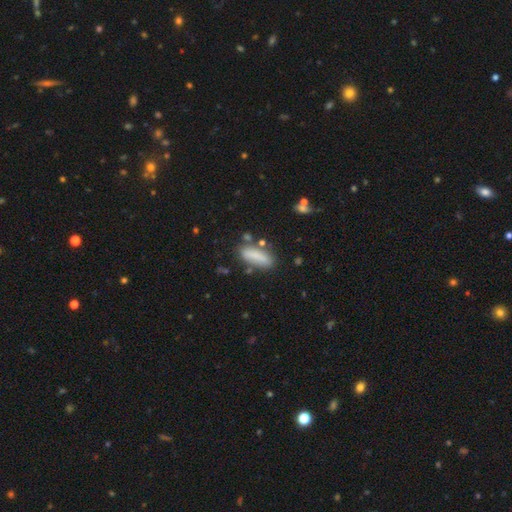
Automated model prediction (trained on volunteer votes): A smooth galaxy with no disk features (83%) that is in between round and cigar-shaped (59%).

Vote fractions:
- Smooth or featured? smooth: 83% / featured or disk: 10% / star or artifact: 8%
- How rounded? in between: 59% / cigar-shaped: 39% / round: 2%
- Merging? none: 71% / minor disturbance: 17% / merger: 7% / major disturbance: 5%